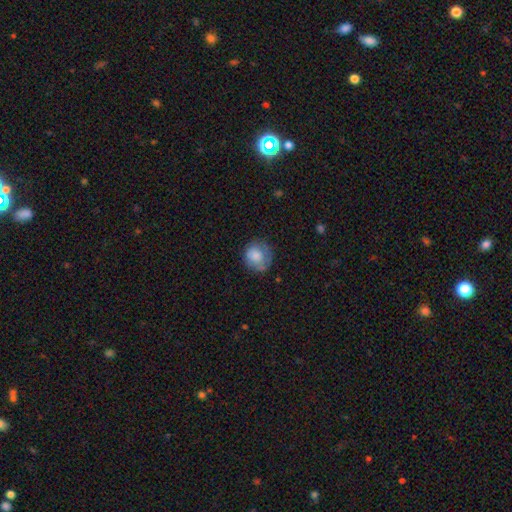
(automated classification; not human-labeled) smooth 78%, featured or disk 14%, star or artifact 8%. Down the decision tree: how rounded — round (82%); merging — none (64%).